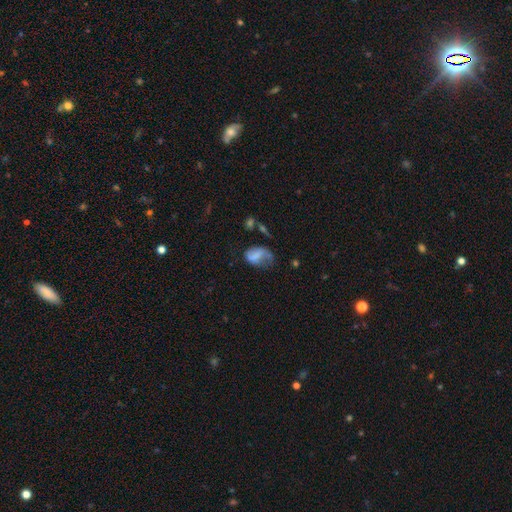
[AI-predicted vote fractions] Smooth or featured: smooth — 63% (featured or disk — 26%)
How rounded: in between — 82% (round — 16%)
Merging: major disturbance — 38% (minor disturbance — 31%)